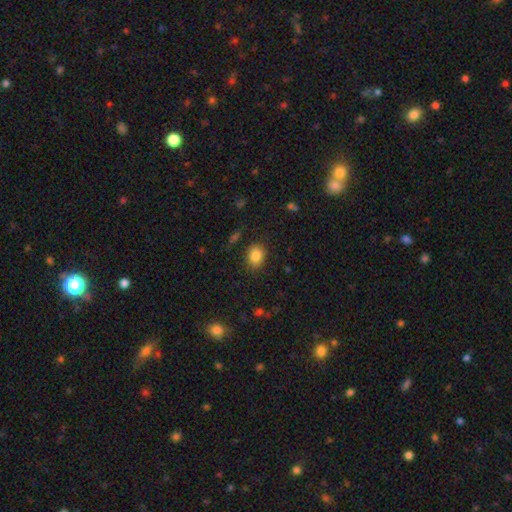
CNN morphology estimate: smooth 84%, star or artifact 10%, featured or disk 6%. Down the decision tree: how rounded — round (50%); merging — none (82%).